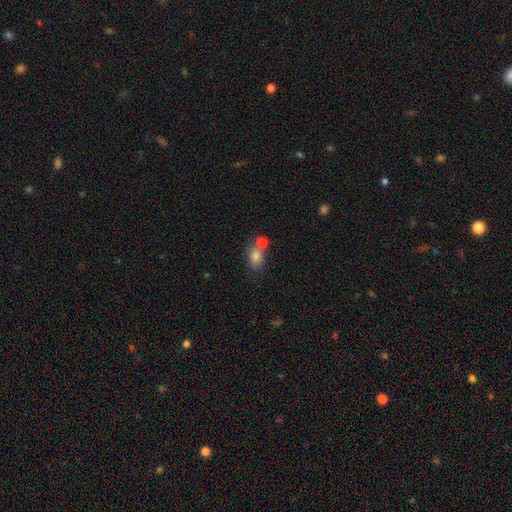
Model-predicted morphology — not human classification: Smooth or featured?
  - smooth: 80% *
  - star or artifact: 11%
  - featured or disk: 9%
How rounded?
  - in between: 75% *
  - round: 22%
  - cigar-shaped: 2%
Merging?
  - none: 46% *
  - merger: 38%
  - minor disturbance: 12%
  - major disturbance: 5%